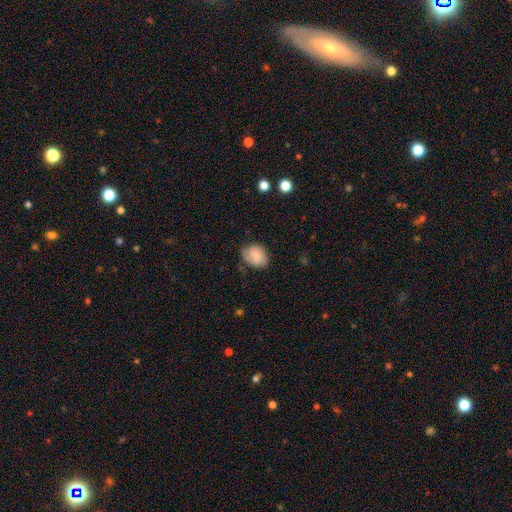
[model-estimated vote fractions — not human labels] Q: Smooth or featured?
A: smooth (74%); runner-up: featured or disk (19%)
Q: How rounded?
A: in between (55%); runner-up: round (44%)
Q: Merging?
A: none (61%); runner-up: minor disturbance (31%)